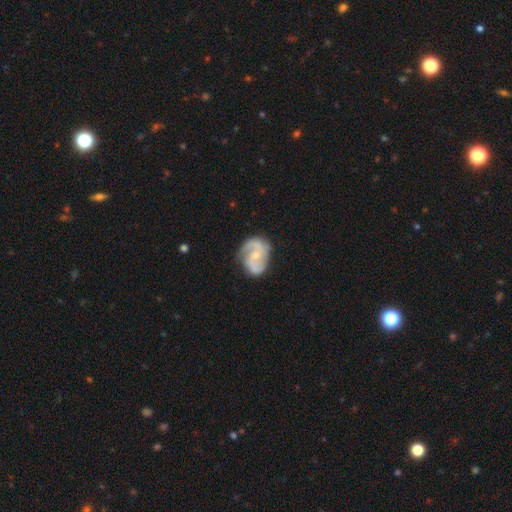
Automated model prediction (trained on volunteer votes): Smooth or featured: featured or disk — 85% (smooth — 10%)
Edge-on disk: no — 98% (yes — 2%)
Bar: no — 51% (weak — 39%)
Spiral arms: yes — 96% (no — 4%)
Spiral winding: medium — 52% (loose — 25%)
Spiral arm count: 2 — 88% (can't tell — 4%)
Bulge size: small — 54% (moderate — 41%)
Merging: none — 71% (minor disturbance — 20%)